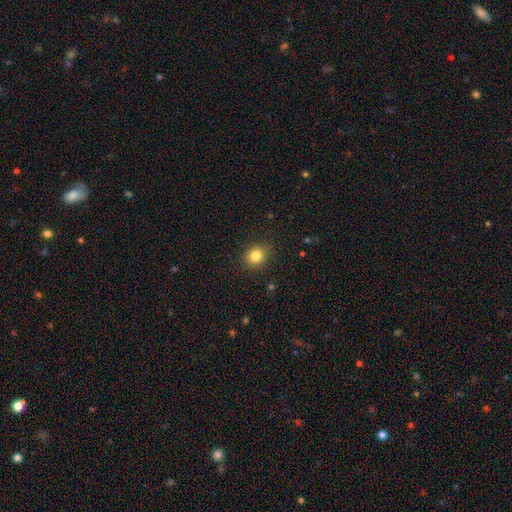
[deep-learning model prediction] Morphology: type=smooth (83%); roundness=round (73%); merging=none (88%).